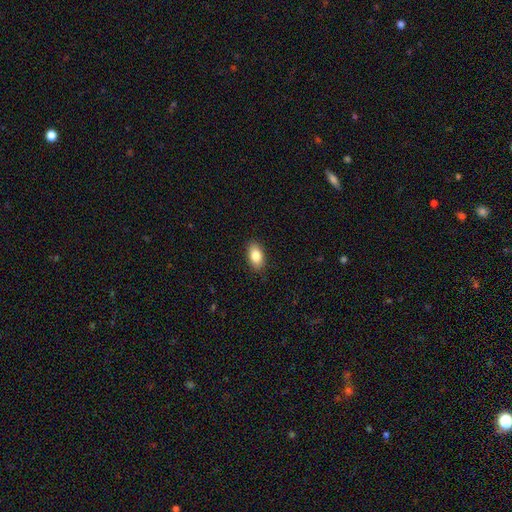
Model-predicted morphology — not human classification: Smooth or featured? smooth (83%)
How rounded? in between (91%)
Merging? none (88%)